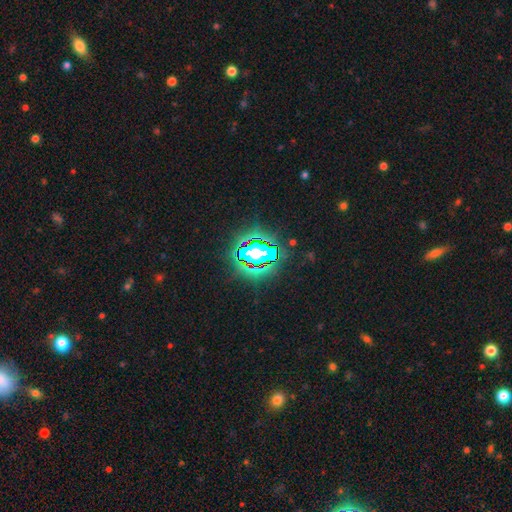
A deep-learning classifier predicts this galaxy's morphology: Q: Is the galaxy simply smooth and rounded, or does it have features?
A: star or artifact — 82%.